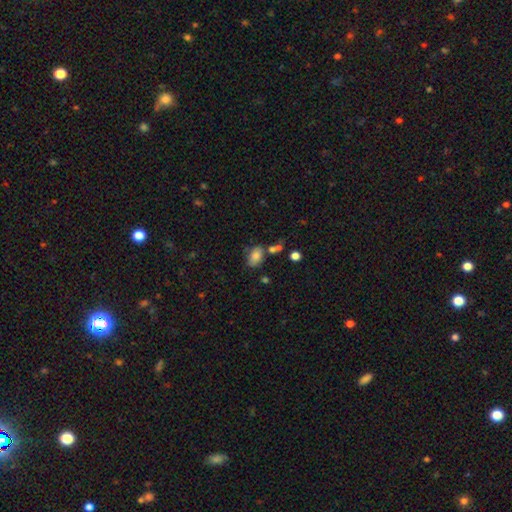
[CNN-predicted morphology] Smooth or featured?
  - smooth: 80% *
  - featured or disk: 11%
  - star or artifact: 10%
How rounded?
  - in between: 84% *
  - round: 14%
  - cigar-shaped: 1%
Merging?
  - none: 56% *
  - minor disturbance: 21%
  - merger: 16%
  - major disturbance: 7%